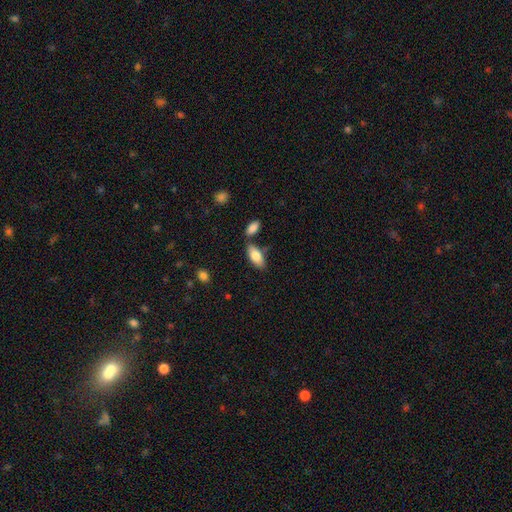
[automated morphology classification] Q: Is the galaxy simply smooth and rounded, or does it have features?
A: smooth — 80%.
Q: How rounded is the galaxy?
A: in between — 88%.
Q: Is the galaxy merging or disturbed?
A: none — 71%.